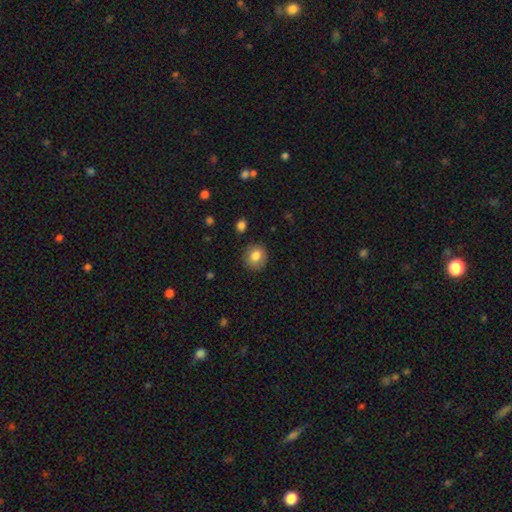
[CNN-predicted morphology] smooth_or_featured: smooth (p=0.82) [alt: featured or disk p=0.09]
how_rounded: round (p=0.80) [alt: in between p=0.19]
merging: none (p=0.87) [alt: minor disturbance p=0.09]